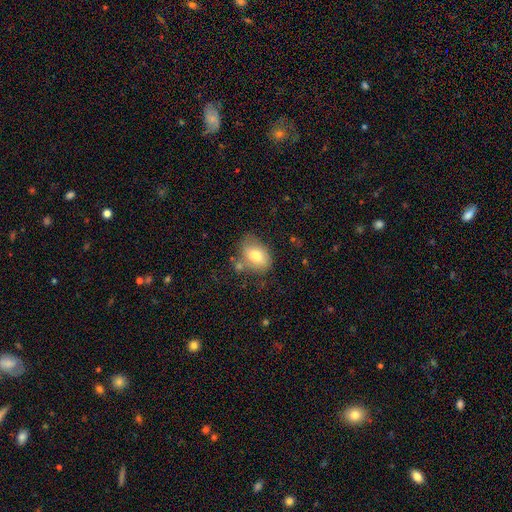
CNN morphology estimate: smooth_or_featured: smooth (p=0.73) [alt: featured or disk p=0.19]
how_rounded: in between (p=0.75) [alt: round p=0.24]
merging: none (p=0.58) [alt: minor disturbance p=0.24]